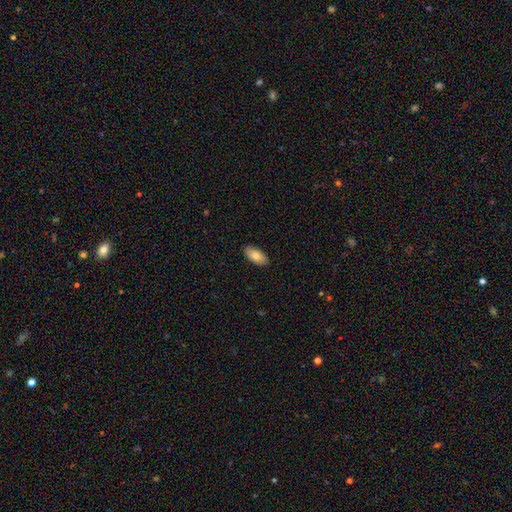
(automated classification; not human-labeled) This appears to be a smooth galaxy with no disk features (82%) that is in between round and cigar-shaped (92%). Merging: none (89%).